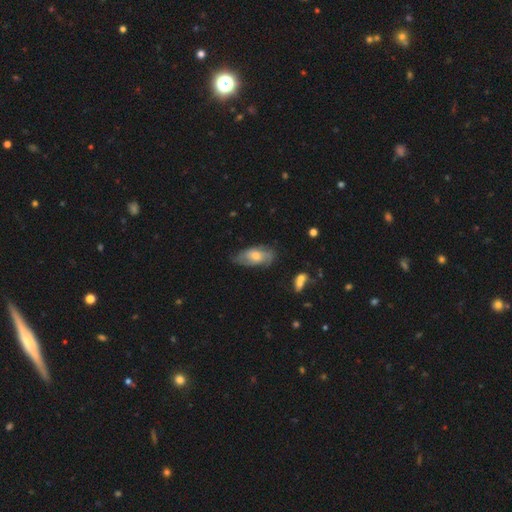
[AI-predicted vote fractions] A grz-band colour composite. It shows a featured or disk galaxy (56%). Merging: none (62%).